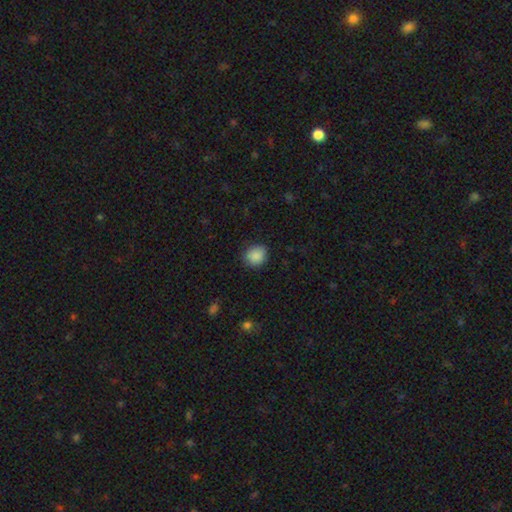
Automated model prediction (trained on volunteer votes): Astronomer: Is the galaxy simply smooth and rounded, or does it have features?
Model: smooth — 88%.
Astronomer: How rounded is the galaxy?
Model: round — 72%.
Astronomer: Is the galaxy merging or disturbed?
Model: none — 83%.